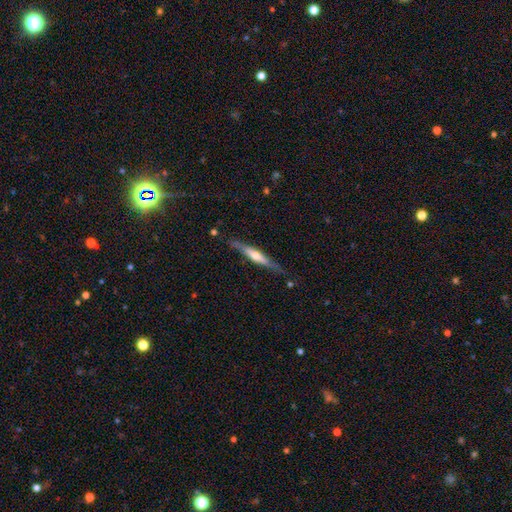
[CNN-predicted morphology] Smooth or featured? featured or disk (63%)
Edge-on disk? yes (95%)
Edge-on bulge? rounded (74%)
Merging? none (80%)